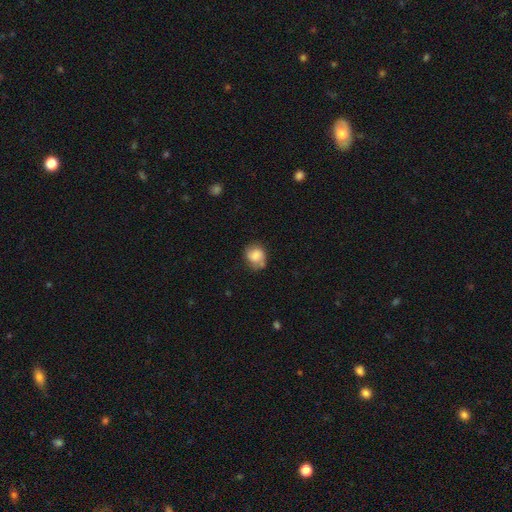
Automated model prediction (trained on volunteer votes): This appears to be a smooth galaxy with no disk features (67%) that is round (69%). Merging: none (57%).